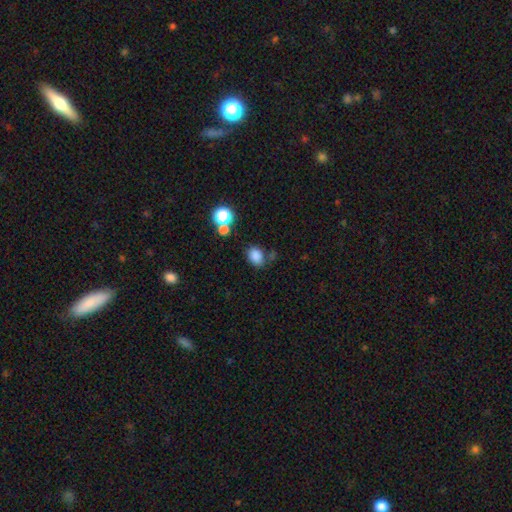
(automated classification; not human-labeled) smooth-or-featured: smooth: 83% | star or artifact: 12% | featured or disk: 5%
  how-rounded: in between: 55% | round: 44% | cigar-shaped: 1%
  merging: none: 64% | minor disturbance: 17% | merger: 12% | major disturbance: 7%